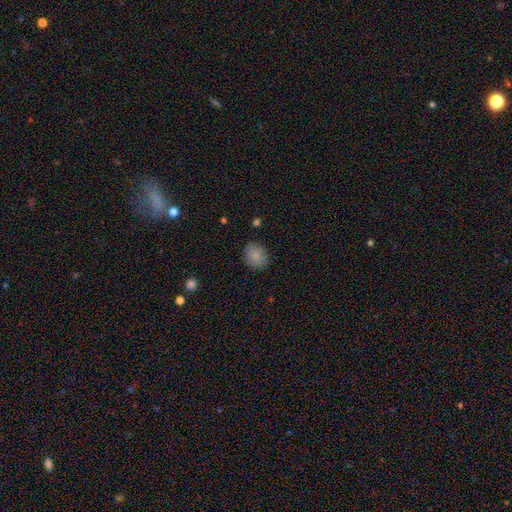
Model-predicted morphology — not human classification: This is clearly a smooth galaxy (85%). How rounded: likely round (68%). Merging: clearly none (85%).